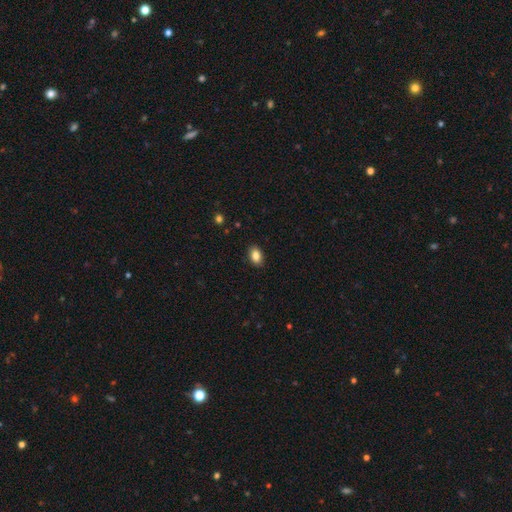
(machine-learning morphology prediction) Smooth or featured? Predicted: smooth (p=0.86). How rounded? Predicted: in between (p=0.85). Merging? Predicted: none (p=0.89).